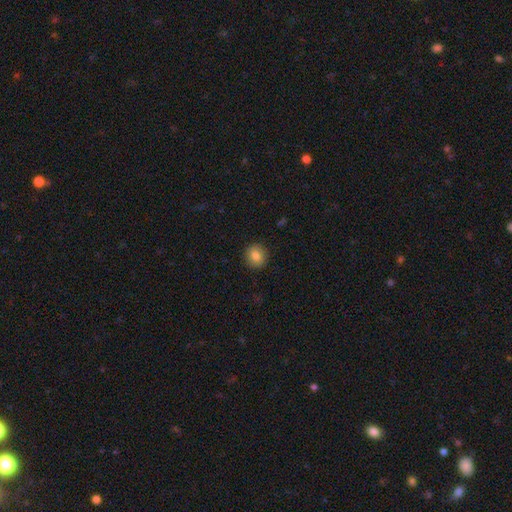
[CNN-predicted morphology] smooth 83%, star or artifact 9%, featured or disk 8%. Down the decision tree: how rounded — round (89%); merging — none (91%).